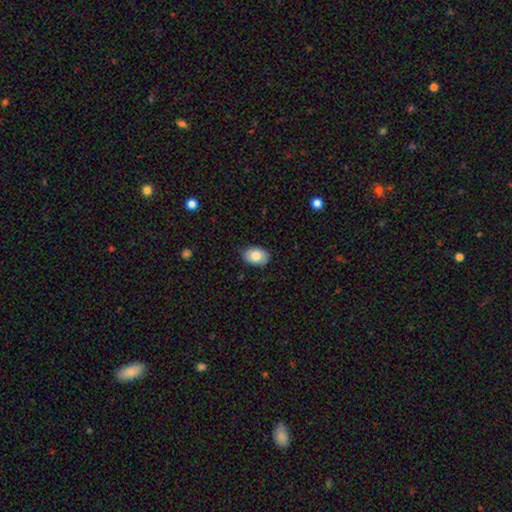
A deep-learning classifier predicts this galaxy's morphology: type=smooth (83%); roundness=in between (83%); merging=none (84%).